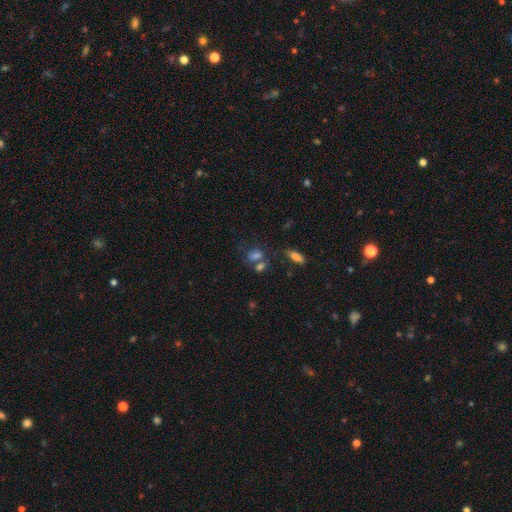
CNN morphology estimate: Smooth or featured? Predicted: smooth (p=0.72). How rounded? Predicted: in between (p=0.70). Merging? Predicted: none (p=0.41).